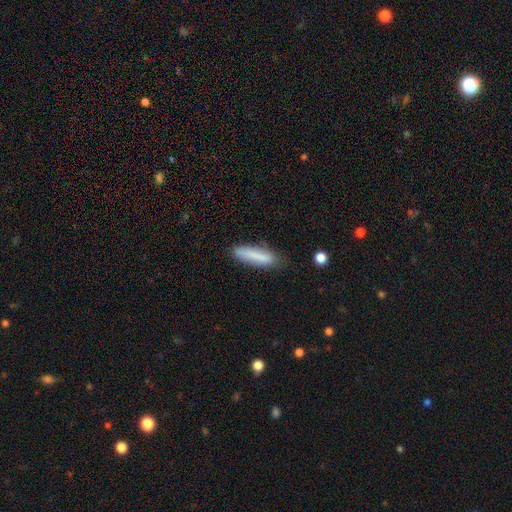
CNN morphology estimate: This appears to be a smooth galaxy with no disk features (82%) that is cigar-shaped (71%). Merging: none (76%).